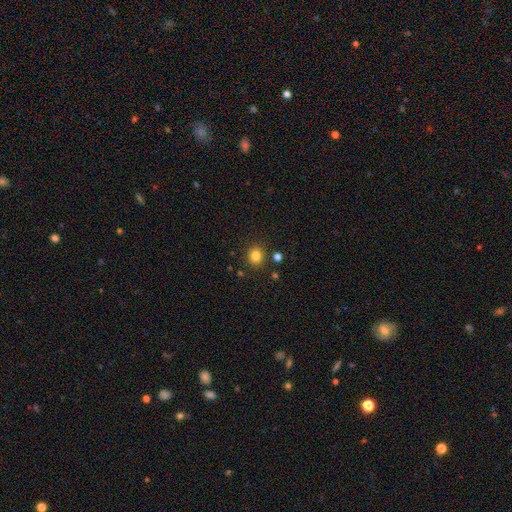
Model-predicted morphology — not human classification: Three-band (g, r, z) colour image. It shows a smooth galaxy with no disk features (82%) that is round (85%). Merging: none (87%).